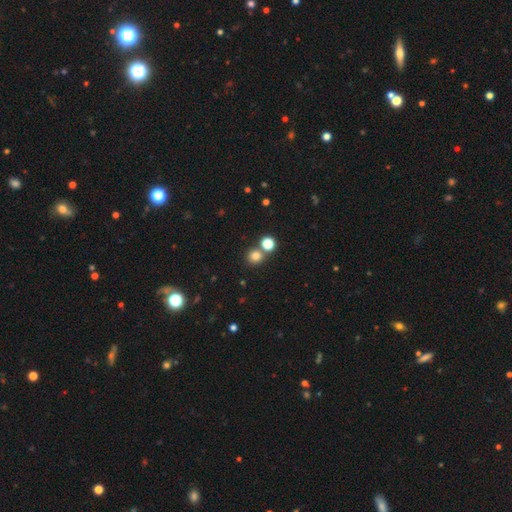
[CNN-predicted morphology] The model was most divided on "merging": none: 69%, merger: 21%, minor disturbance: 7%, major disturbance: 3%. More confident: how rounded — round (89%); smooth or featured — smooth (79%).